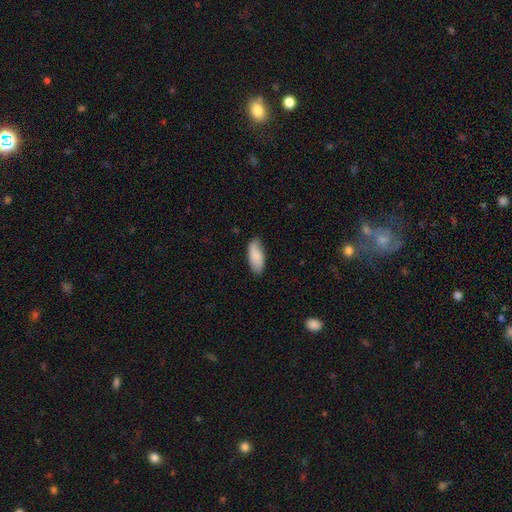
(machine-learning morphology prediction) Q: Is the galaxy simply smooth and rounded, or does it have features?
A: smooth — 83%.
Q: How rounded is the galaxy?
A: in between — 88%.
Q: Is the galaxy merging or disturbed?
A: none — 73%.